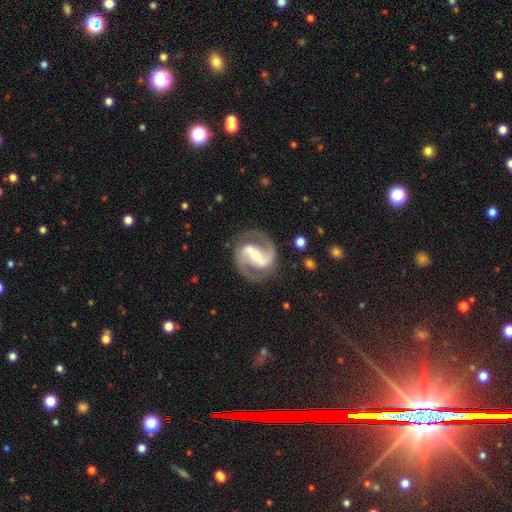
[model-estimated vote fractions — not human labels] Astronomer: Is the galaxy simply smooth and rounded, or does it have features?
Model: featured or disk — 91%.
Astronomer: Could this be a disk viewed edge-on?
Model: no — 97%.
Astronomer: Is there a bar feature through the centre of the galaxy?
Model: strong — 68%.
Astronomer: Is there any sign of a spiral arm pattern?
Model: yes — 96%.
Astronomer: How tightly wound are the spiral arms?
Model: medium — 59%.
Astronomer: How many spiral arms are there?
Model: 2 — 93%.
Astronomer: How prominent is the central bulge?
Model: moderate — 46% (runner-up: small, 44%).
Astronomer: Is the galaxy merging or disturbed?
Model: none — 82%.